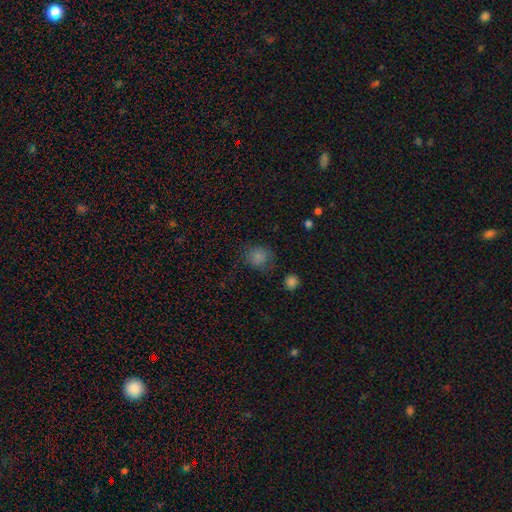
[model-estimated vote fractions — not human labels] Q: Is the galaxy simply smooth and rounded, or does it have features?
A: smooth — 70%.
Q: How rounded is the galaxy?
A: round — 75%.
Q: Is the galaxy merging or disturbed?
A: none — 74%.